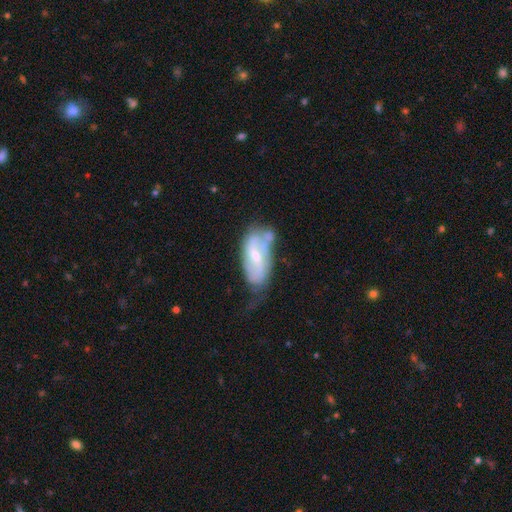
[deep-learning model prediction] featured or disk 71%, smooth 22%, star or artifact 7%. Down the decision tree: edge-on disk — no (92%); bar — weak (45%); spiral arms — yes (78%); spiral arm count — 2 (64%); spiral winding — loose (44%); bulge size — small (54%); merging — none (34%).